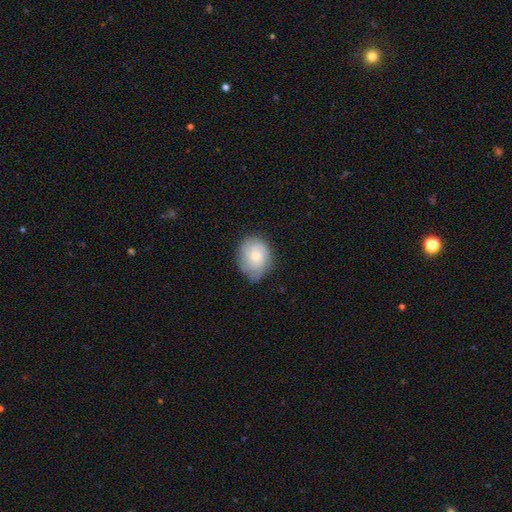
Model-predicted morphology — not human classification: type=smooth (48%); merging=none (70%).